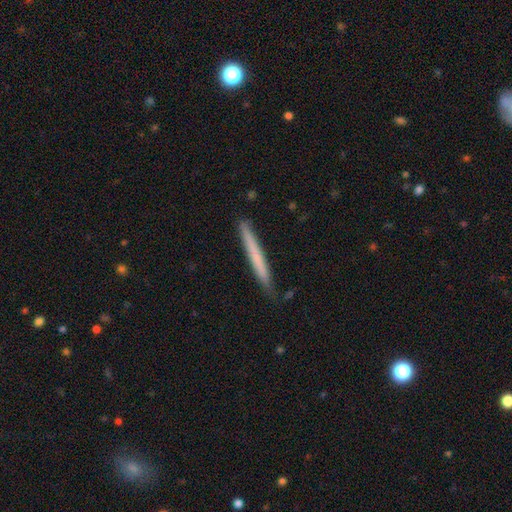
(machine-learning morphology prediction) type=smooth (65%); roundness=cigar-shaped (97%); merging=none (87%).